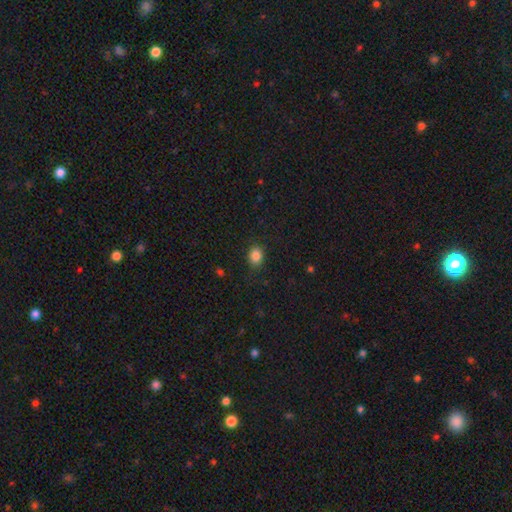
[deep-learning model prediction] Morphology: type=smooth (85%); roundness=in between (54%); merging=none (85%).